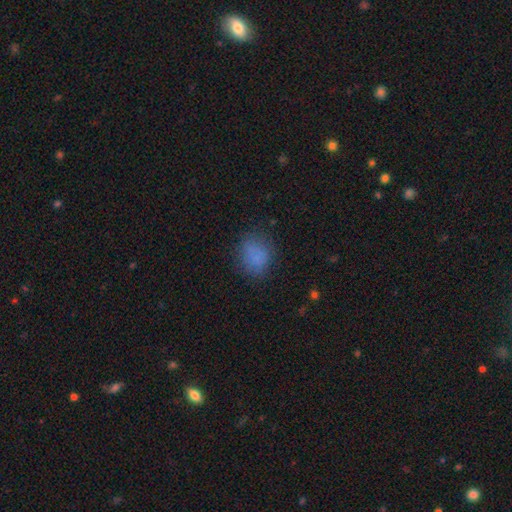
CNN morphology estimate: Overall: smooth (79%). How rounded: round (58%; in between 41%). Merging: none (73%).